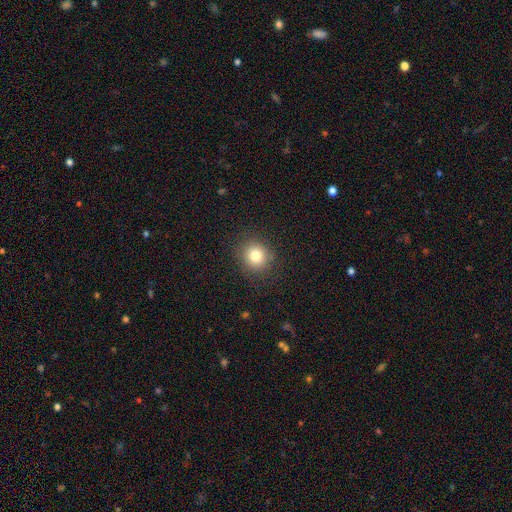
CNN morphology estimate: Smooth or featured? Predicted: smooth (p=0.79). How rounded? Predicted: round (p=0.88). Merging? Predicted: none (p=0.88).